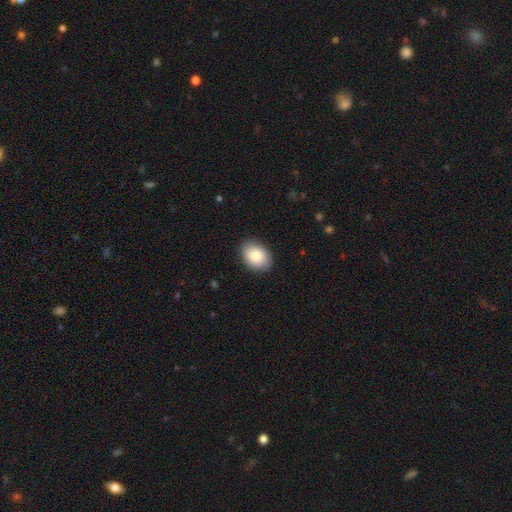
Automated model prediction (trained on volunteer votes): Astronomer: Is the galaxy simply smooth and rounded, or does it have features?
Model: smooth — 85%.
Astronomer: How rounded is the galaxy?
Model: in between — 71%.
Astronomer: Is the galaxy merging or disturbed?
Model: none — 88%.